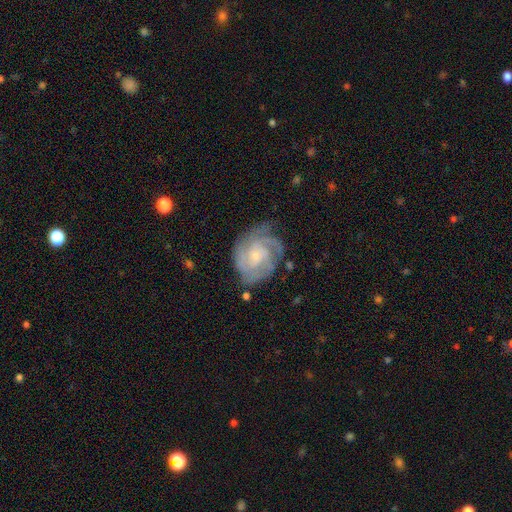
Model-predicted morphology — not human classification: featured or disk 86%, smooth 9%, star or artifact 5%. Down the decision tree: edge-on disk — no (98%); bar — no (69%); spiral arms — yes (96%); spiral arm count — 3 (35%); spiral winding — tight (62%); bulge size — small (73%); merging — none (65%).